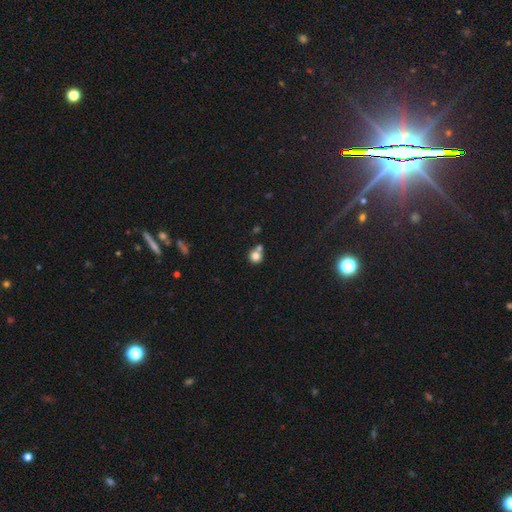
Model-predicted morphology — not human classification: smooth_or_featured: smooth (p=0.79) [alt: star or artifact p=0.12]
how_rounded: round (p=0.89) [alt: in between p=0.10]
merging: none (p=0.54) [alt: merger p=0.34]